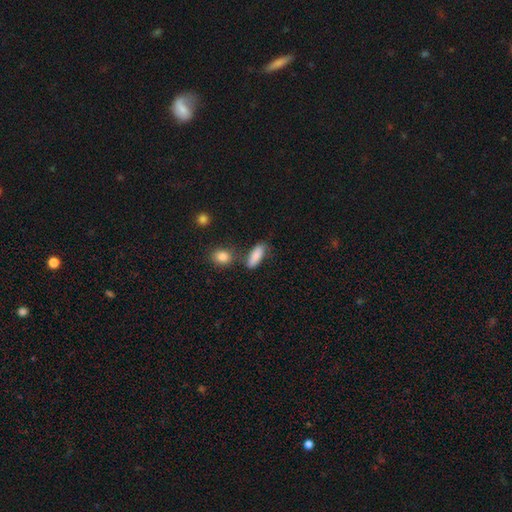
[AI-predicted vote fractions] smooth-or-featured: smooth: 85% | featured or disk: 8% | star or artifact: 7%
  how-rounded: in between: 64% | cigar-shaped: 32% | round: 4%
  merging: none: 64% | minor disturbance: 19% | merger: 12% | major disturbance: 6%